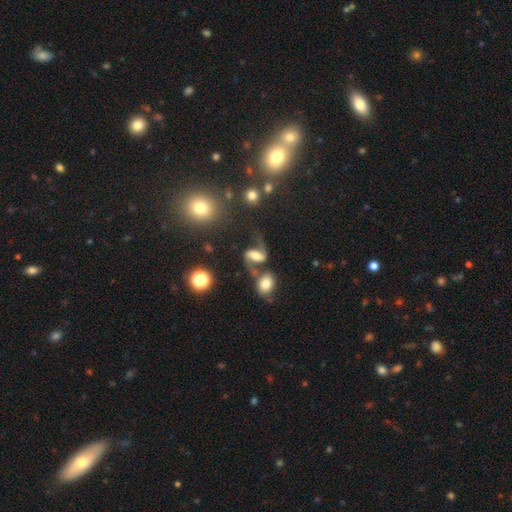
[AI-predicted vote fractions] smooth-or-featured: featured or disk: 69% | smooth: 20% | star or artifact: 11%
  disk-edge-on: no: 95% | yes: 5%
    bar: weak: 38% | strong: 35% | no: 27%
    has-spiral-arms: yes: 91% | no: 9%
      spiral-winding: loose: 70% | medium: 24% | tight: 6%
      spiral-arm-count: 2: 92% | 1: 3% | can't tell: 2% | 3: 1% | 4: 1% | more than 4: 1%
    bulge-size: moderate: 44% | large: 25% | small: 18% | none: 8% | dominant: 5%
  merging: none: 51% | merger: 20% | minor disturbance: 16% | major disturbance: 14%